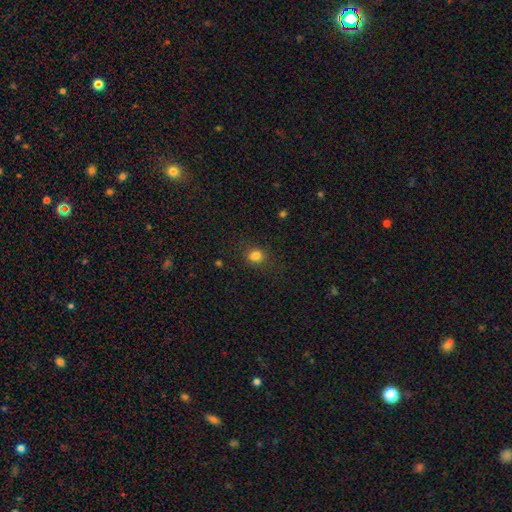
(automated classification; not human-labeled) A smooth galaxy with no disk features (82%) that is round (69%). Merging: none (82%).